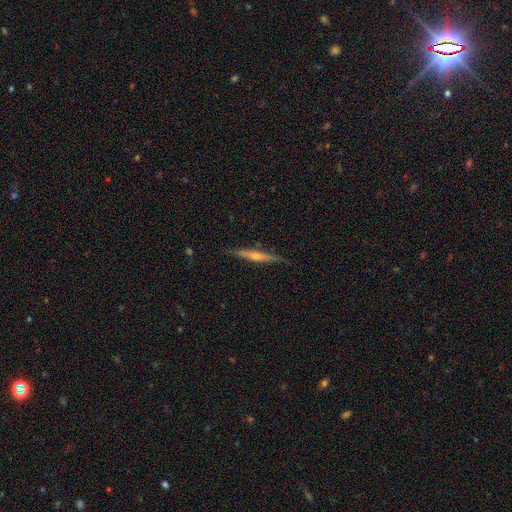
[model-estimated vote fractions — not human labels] A featured or disk galaxy (73%) viewed edge-on (97%) with a rounded central bulge (76%).

Vote fractions:
- Smooth or featured? featured or disk: 73% / smooth: 21% / star or artifact: 6%
- Edge-on disk? yes: 97% / no: 3%
- Edge-on bulge? rounded: 76% / none: 17% / boxy: 7%
- Merging? none: 87% / minor disturbance: 10% / major disturbance: 2% / merger: 1%